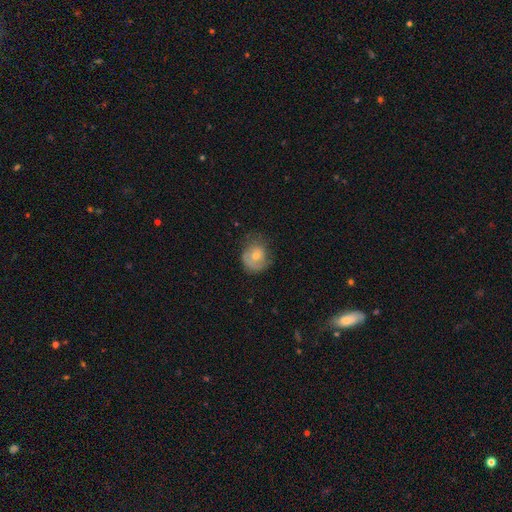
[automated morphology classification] This appears to be a featured or disk galaxy (50%). Merging: none (58%).